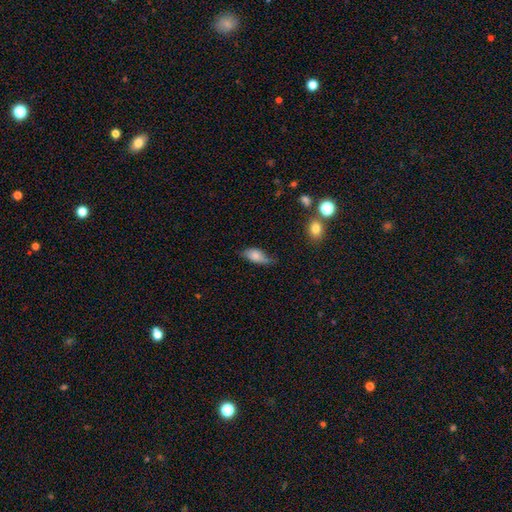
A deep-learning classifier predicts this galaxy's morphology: Smooth or featured: smooth — 76% (featured or disk — 17%)
How rounded: in between — 86% (cigar-shaped — 10%)
Merging: none — 52% (minor disturbance — 36%)